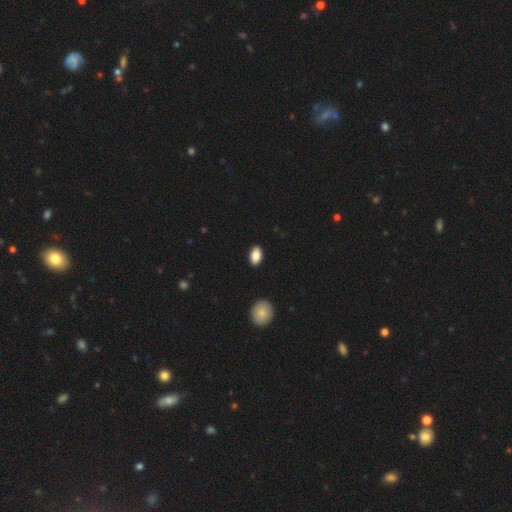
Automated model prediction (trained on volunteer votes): Q: Smooth or featured?
A: smooth (87%); runner-up: star or artifact (7%)
Q: How rounded?
A: in between (92%); runner-up: round (6%)
Q: Merging?
A: none (91%); runner-up: minor disturbance (7%)